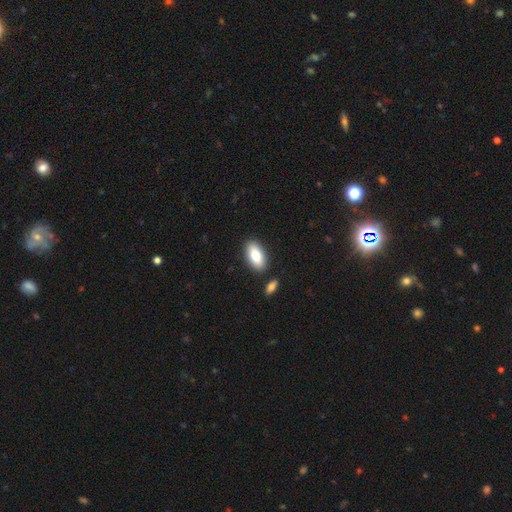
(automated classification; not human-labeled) Morphology: type=smooth (80%); roundness=in between (91%); merging=none (84%).